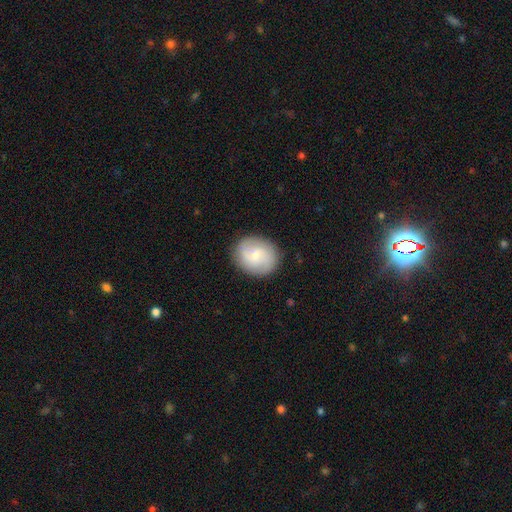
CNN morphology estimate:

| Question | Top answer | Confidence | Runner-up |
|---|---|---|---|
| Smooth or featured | smooth | 50% | featured or disk (43%) |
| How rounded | round | 66% | in between (33%) |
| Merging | none | 85% | minor disturbance (11%) |